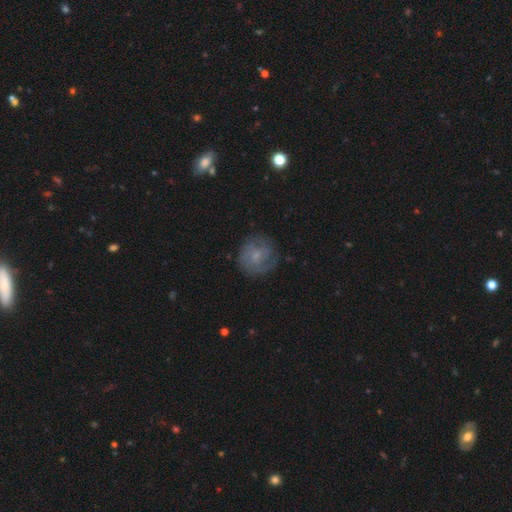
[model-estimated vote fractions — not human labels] This is possibly a featured or disk galaxy (52%). It is clearly not viewed edge-on (98%). Bar: likely no (67%). Spiral arm pattern: likely yes (78%). Central bulge: possibly small (59%). Merging: likely none (73%).